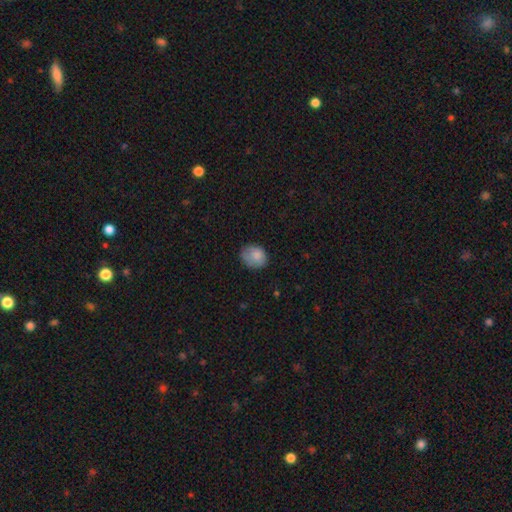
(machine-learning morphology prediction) Q: Smooth or featured?
A: smooth (83%); runner-up: featured or disk (9%)
Q: How rounded?
A: round (64%); runner-up: in between (35%)
Q: Merging?
A: none (66%); runner-up: minor disturbance (26%)